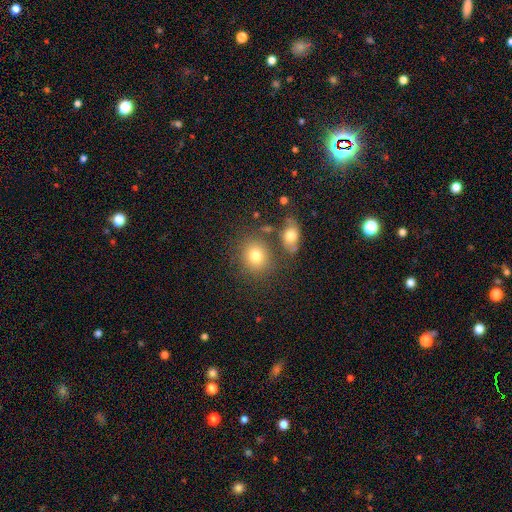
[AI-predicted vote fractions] Smooth or featured? smooth (79%)
How rounded? round (73%)
Merging? none (73%)